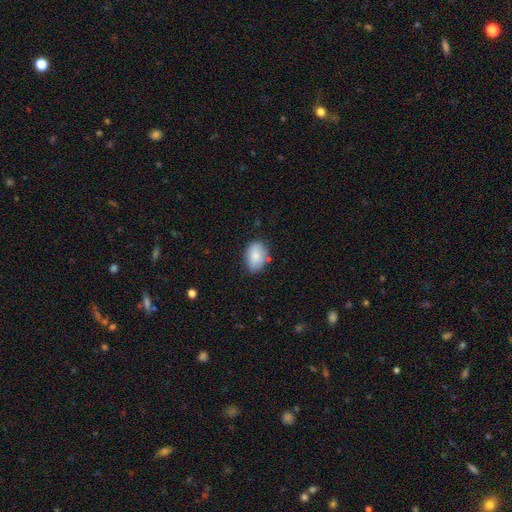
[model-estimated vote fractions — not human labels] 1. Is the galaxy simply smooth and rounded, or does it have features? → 83% smooth, 10% featured or disk, 7% star or artifact.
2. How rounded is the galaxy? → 82% in between, 16% round, 1% cigar-shaped.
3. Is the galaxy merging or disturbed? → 74% none, 20% minor disturbance, 4% major disturbance, 3% merger.